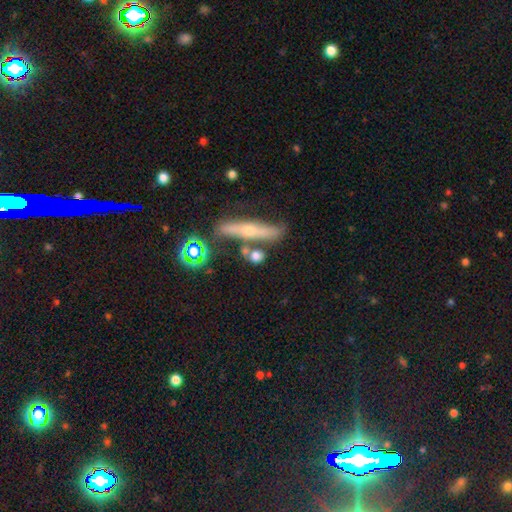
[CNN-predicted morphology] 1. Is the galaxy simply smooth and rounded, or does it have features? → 63% smooth, 23% featured or disk, 14% star or artifact.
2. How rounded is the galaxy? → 41% round, 29% cigar-shaped, 29% in between.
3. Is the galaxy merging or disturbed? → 58% none, 23% merger, 13% minor disturbance, 6% major disturbance.